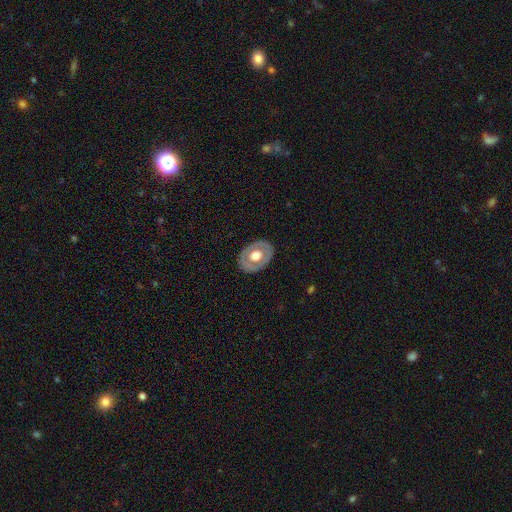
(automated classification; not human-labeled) This appears to be a featured or disk galaxy (50%). Merging: none (83%).